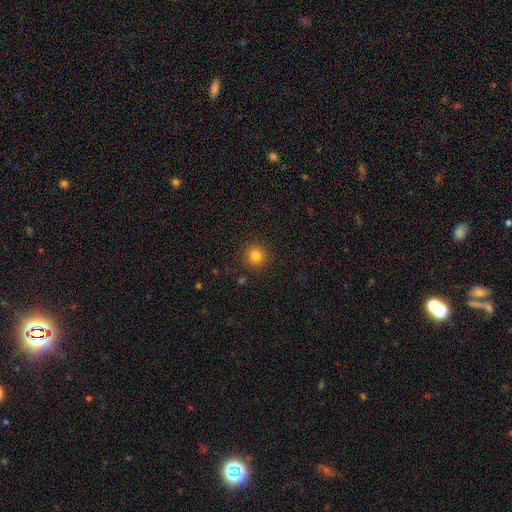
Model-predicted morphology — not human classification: smooth_or_featured: smooth (p=0.81) [alt: star or artifact p=0.13]
how_rounded: round (p=0.93) [alt: in between p=0.06]
merging: none (p=0.90) [alt: minor disturbance p=0.07]